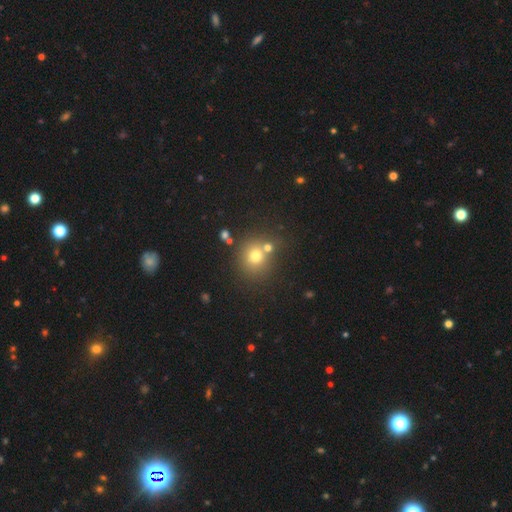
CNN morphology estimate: This appears to be a smooth galaxy with no disk features (72%) that is round (84%). Merging: none (63%).